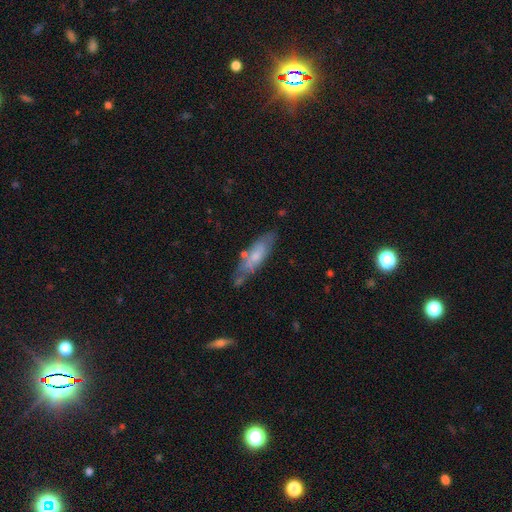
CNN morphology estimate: This appears to be a smooth galaxy with no disk features (54%) that is cigar-shaped (51%). Merging: none (62%).